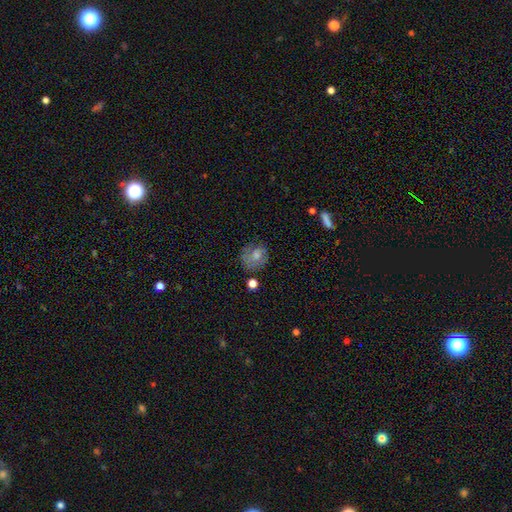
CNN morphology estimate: Smooth or featured? smooth (66%)
How rounded? round (67%)
Merging? none (56%)